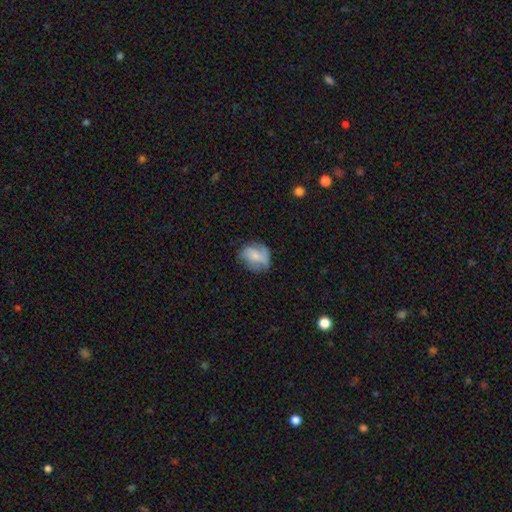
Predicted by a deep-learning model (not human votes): Smooth or featured: smooth — 57% (featured or disk — 35%)
How rounded: round — 55% (in between — 43%)
Merging: none — 57% (minor disturbance — 27%)